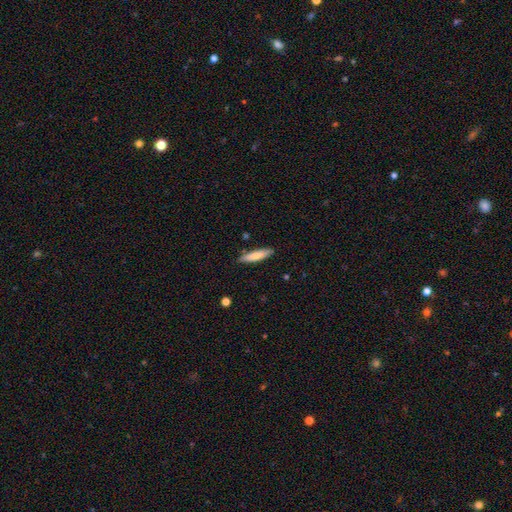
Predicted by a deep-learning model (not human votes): Overall: smooth (75%). How rounded: cigar-shaped (74%). Merging: none (85%).